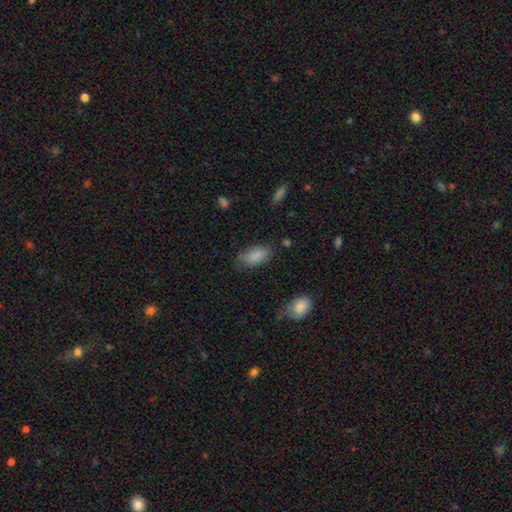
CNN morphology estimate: Smooth or featured: smooth — 85% (star or artifact — 8%)
How rounded: in between — 92% (cigar-shaped — 5%)
Merging: none — 69% (minor disturbance — 22%)